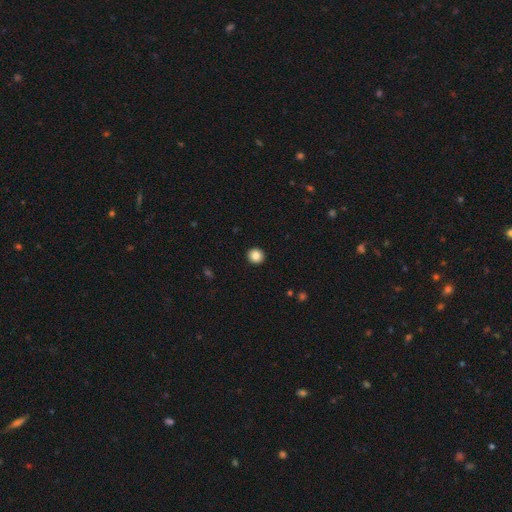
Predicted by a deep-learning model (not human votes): Smooth or featured? Predicted: smooth (p=0.86). How rounded? Predicted: round (p=0.91). Merging? Predicted: none (p=0.93).